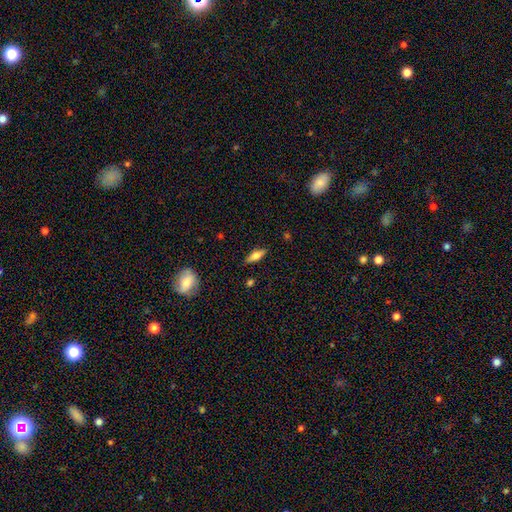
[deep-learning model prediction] Overall: smooth (63%; featured or disk 30%). How rounded: in between (57%; cigar-shaped 41%). Merging: none (86%).